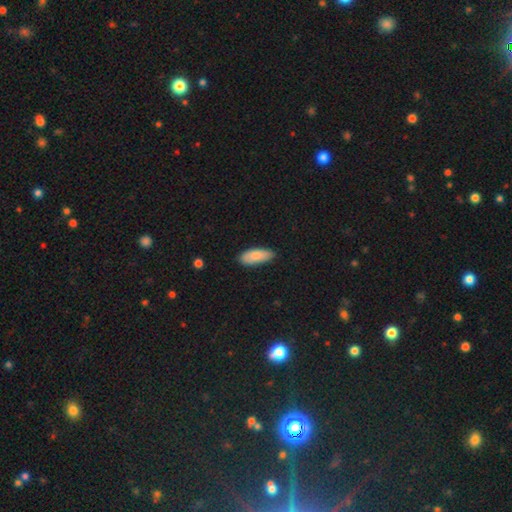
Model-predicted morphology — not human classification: A smooth galaxy with no disk features (84%) that is in between round and cigar-shaped (80%). Merging: none (81%).